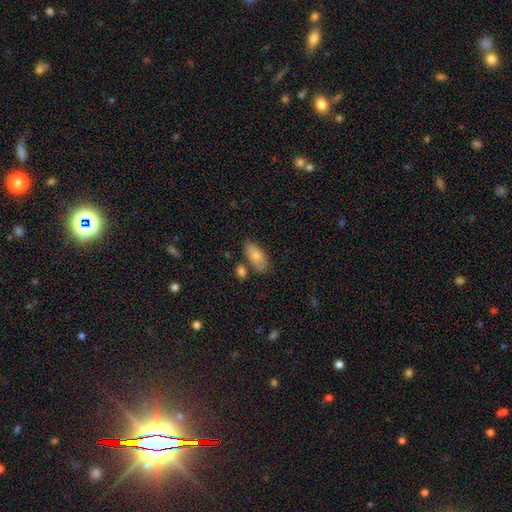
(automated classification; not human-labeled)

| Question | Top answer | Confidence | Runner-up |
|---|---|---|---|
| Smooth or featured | smooth | 81% | featured or disk (13%) |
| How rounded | in between | 88% | cigar-shaped (9%) |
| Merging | none | 65% | minor disturbance (19%) |